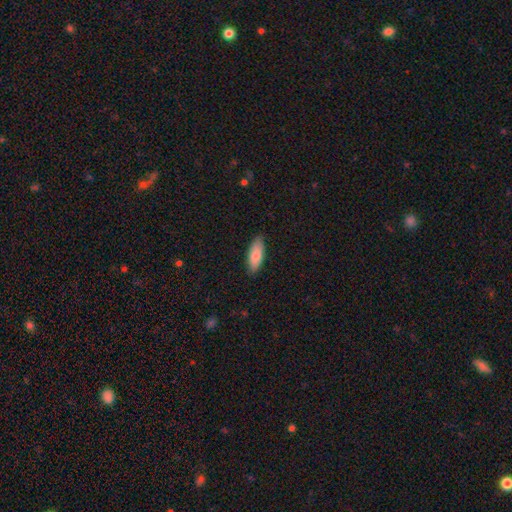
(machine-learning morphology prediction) A smooth galaxy with no disk features (84%) that is in between round and cigar-shaped (73%).

Vote fractions:
- Smooth or featured? smooth: 84% / featured or disk: 10% / star or artifact: 6%
- How rounded? in between: 73% / cigar-shaped: 25% / round: 2%
- Merging? none: 86% / minor disturbance: 11% / major disturbance: 2% / merger: 1%